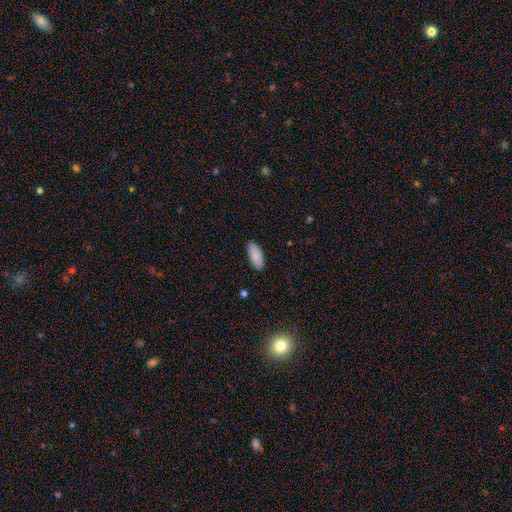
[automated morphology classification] Smooth or featured? Predicted: smooth (p=0.88). How rounded? Predicted: in between (p=0.85). Merging? Predicted: none (p=0.89).